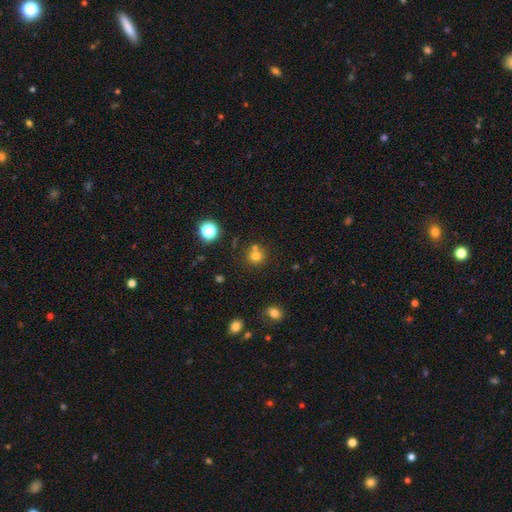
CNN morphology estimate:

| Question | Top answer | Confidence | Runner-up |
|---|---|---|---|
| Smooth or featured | smooth | 72% | star or artifact (17%) |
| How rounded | round | 89% | in between (10%) |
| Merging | none | 59% | merger (29%) |